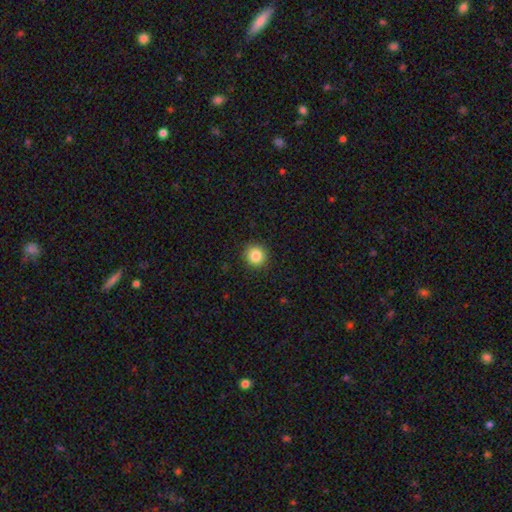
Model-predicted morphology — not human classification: A smooth galaxy with no disk features (86%) that is round (94%).

Vote fractions:
- Smooth or featured? smooth: 86% / star or artifact: 10% / featured or disk: 4%
- How rounded? round: 94% / in between: 5% / cigar-shaped: 1%
- Merging? none: 91% / minor disturbance: 6% / major disturbance: 2% / merger: 1%